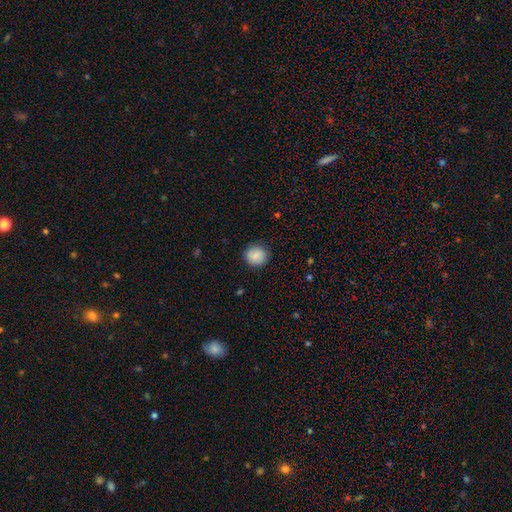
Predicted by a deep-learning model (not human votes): Smooth or featured? smooth (87%)
How rounded? round (89%)
Merging? none (88%)